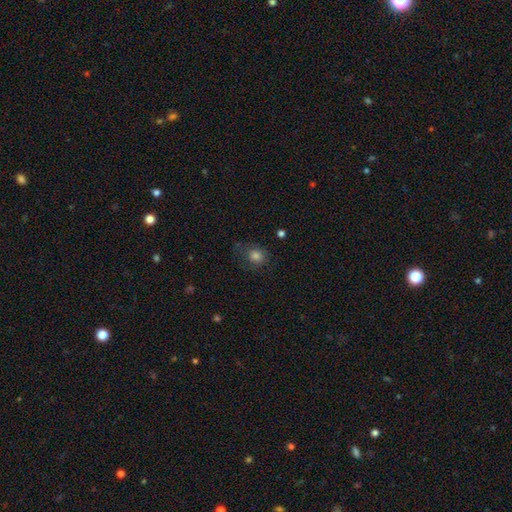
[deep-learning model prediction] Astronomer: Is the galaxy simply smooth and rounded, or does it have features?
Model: smooth — 76%.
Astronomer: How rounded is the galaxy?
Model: round — 72%.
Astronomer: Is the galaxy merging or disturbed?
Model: none — 64%.